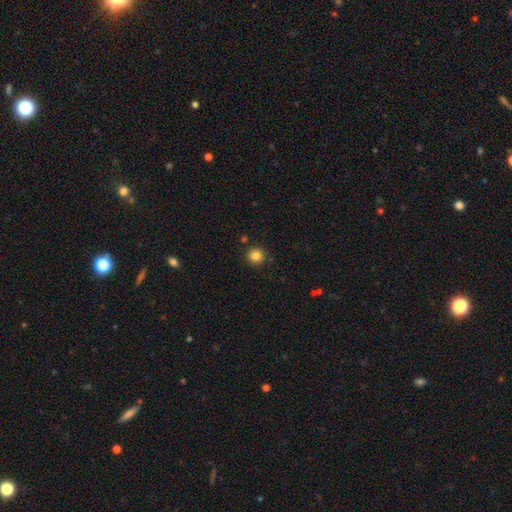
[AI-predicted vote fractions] smooth_or_featured: smooth (p=0.84) [alt: star or artifact p=0.12]
how_rounded: round (p=0.94) [alt: in between p=0.05]
merging: none (p=0.89) [alt: minor disturbance p=0.06]